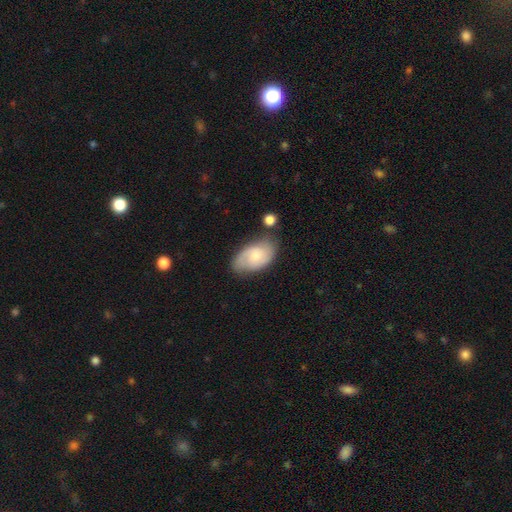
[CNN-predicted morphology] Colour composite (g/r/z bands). It shows a featured or disk galaxy (49%). Merging: none (63%).